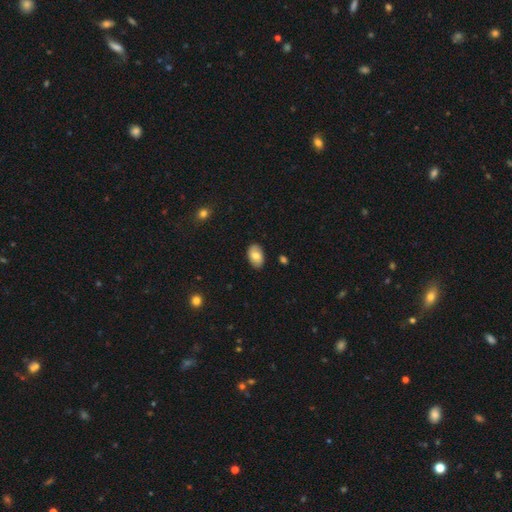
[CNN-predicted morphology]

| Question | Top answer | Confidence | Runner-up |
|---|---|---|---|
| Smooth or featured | smooth | 77% | featured or disk (16%) |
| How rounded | in between | 92% | round (7%) |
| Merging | none | 86% | minor disturbance (11%) |